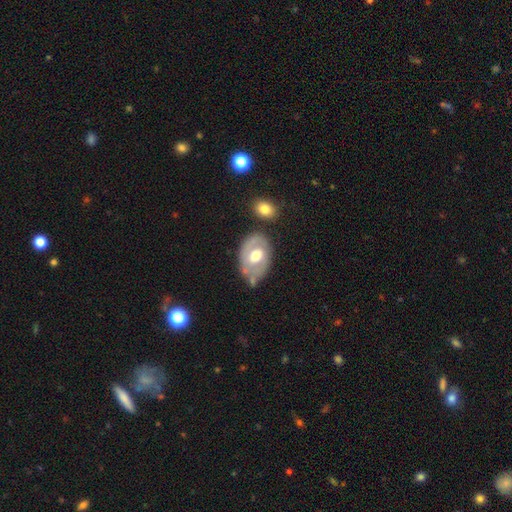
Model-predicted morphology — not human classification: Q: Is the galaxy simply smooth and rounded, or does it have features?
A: featured or disk — 55%.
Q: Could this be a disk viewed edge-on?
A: no — 93%.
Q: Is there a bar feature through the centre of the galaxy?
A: no — 67%.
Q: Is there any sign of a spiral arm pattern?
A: no — 61%.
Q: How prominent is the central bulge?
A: moderate — 67%.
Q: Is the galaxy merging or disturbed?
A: none — 57%.